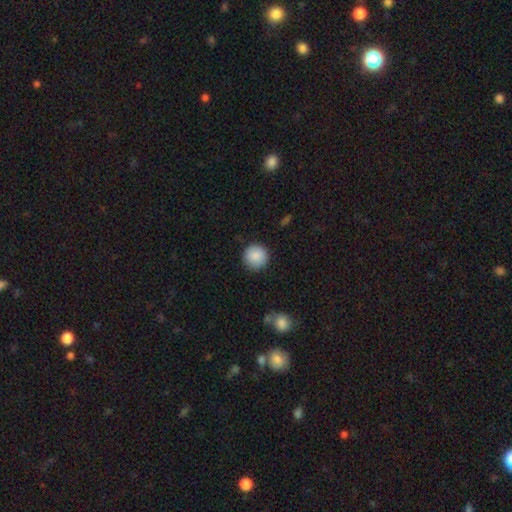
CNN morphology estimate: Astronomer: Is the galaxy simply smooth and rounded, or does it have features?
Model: smooth — 88%.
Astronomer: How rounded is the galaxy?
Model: round — 95%.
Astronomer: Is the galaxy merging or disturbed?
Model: none — 89%.